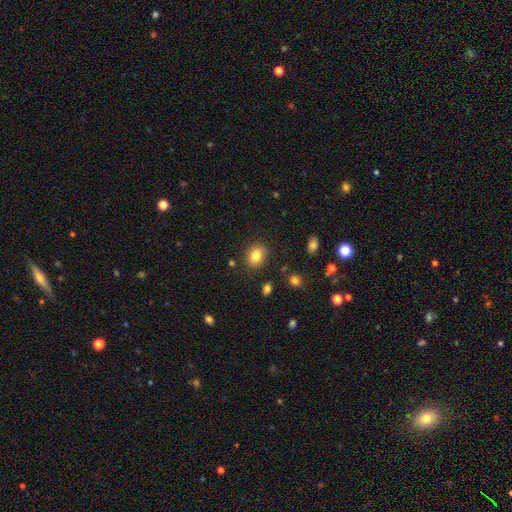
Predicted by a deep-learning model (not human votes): This appears to be a smooth galaxy with no disk features (83%) that is round (50%). Merging: none (85%).